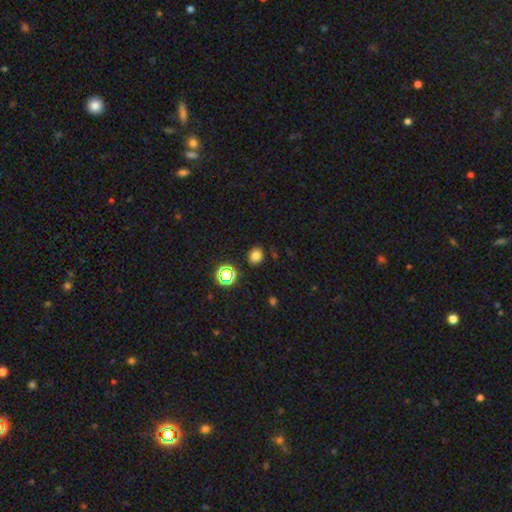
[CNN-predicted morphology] Overall: smooth (76%). How rounded: round (65%; in between 34%). Merging: none (85%).